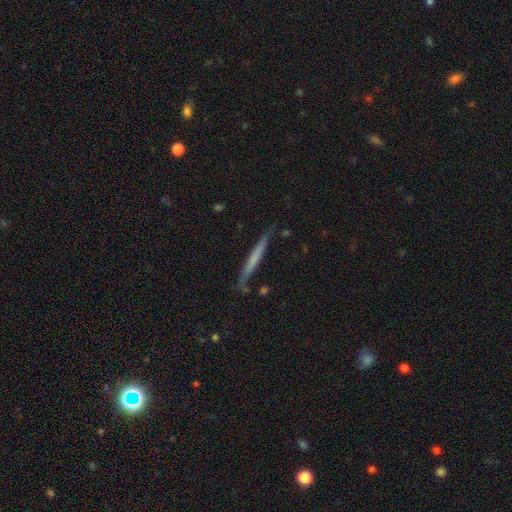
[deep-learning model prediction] This is possibly a featured or disk galaxy (47%, tied with smooth). Merging: clearly none (80%).